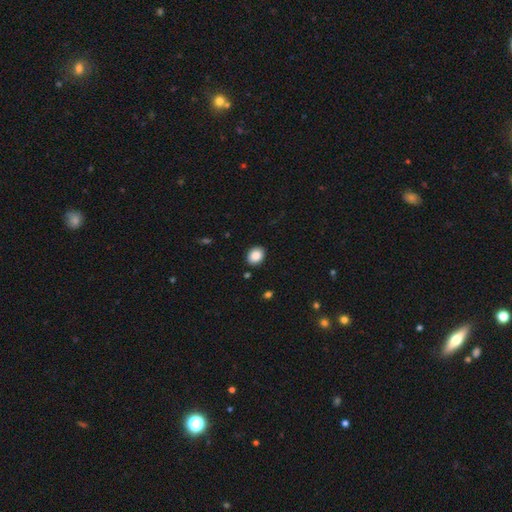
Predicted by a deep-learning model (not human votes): Overall: smooth (88%). How rounded: in between (59%; round 40%). Merging: none (89%).